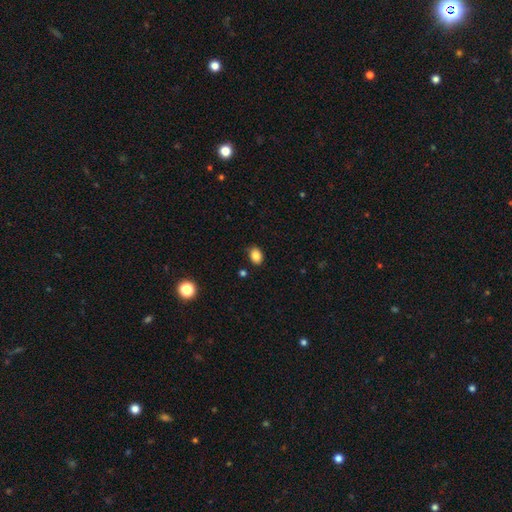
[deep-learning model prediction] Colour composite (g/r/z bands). It shows a smooth galaxy with no disk features (85%) that is in between round and cigar-shaped (76%). Merging: none (85%).